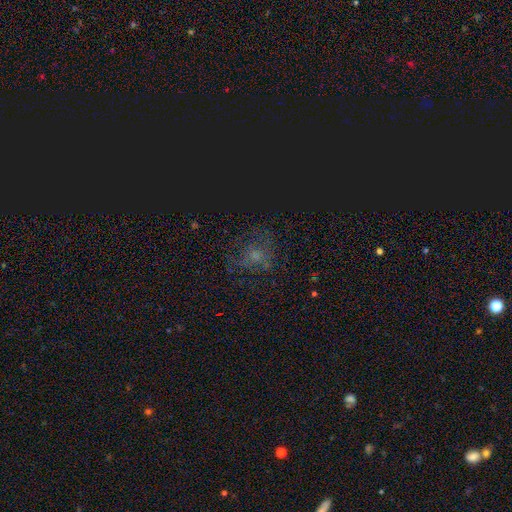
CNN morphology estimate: smooth-or-featured: star or artifact: 43% | smooth: 32% | featured or disk: 25%